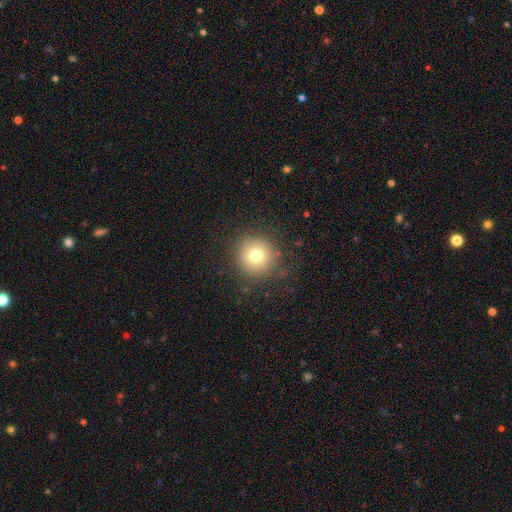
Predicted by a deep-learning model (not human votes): This is likely a smooth galaxy (75%). How rounded: clearly round (95%). Merging: clearly none (88%).